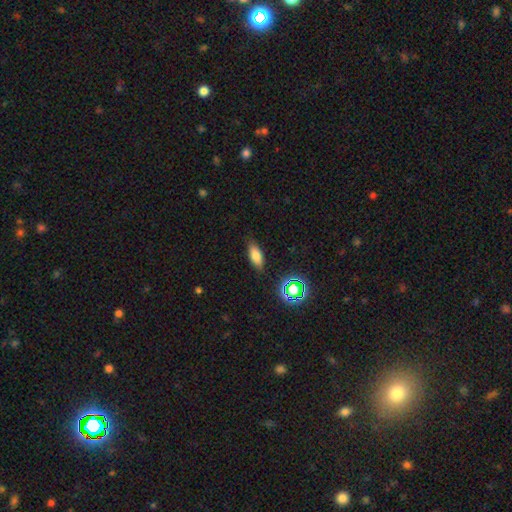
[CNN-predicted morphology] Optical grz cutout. It shows a smooth galaxy with no disk features (76%) that is in between round and cigar-shaped (78%). Merging: none (84%).